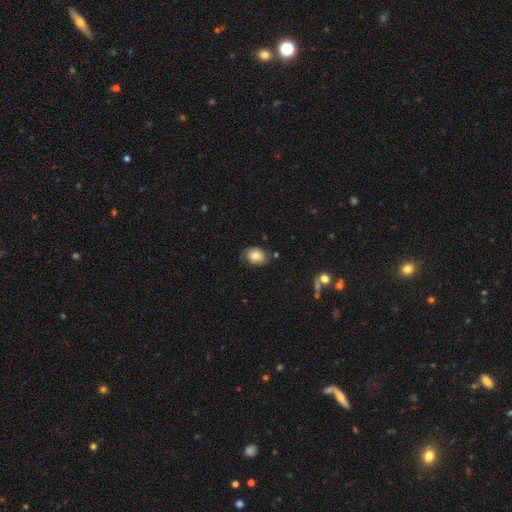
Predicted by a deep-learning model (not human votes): Overall: smooth (78%). How rounded: in between (58%; round 41%). Merging: none (73%).